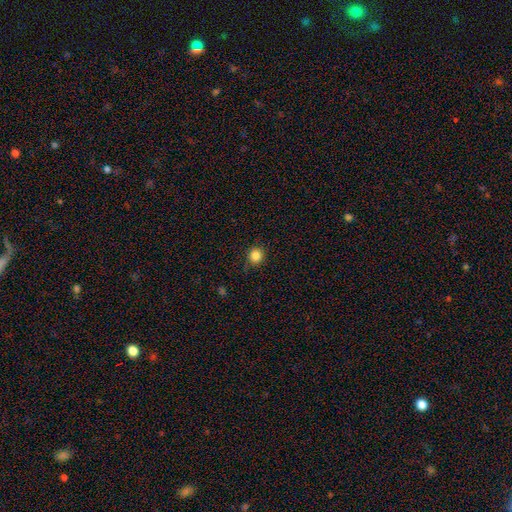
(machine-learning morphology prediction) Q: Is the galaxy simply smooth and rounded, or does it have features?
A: smooth — 84%.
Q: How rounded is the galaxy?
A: round — 93%.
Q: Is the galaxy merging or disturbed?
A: none — 87%.